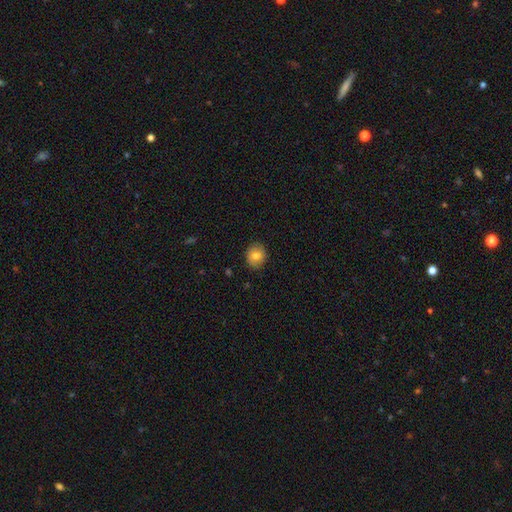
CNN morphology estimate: This is likely a smooth galaxy (79%). How rounded: likely round (77%). Merging: clearly none (86%).